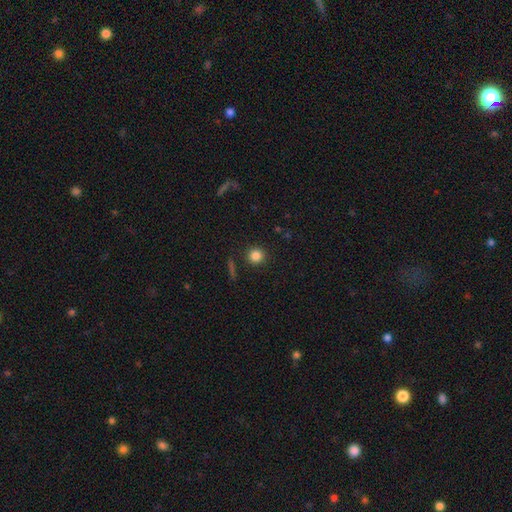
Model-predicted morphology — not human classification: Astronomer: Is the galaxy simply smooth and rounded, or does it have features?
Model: smooth — 83%.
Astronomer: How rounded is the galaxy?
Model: round — 93%.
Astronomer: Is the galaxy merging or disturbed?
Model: none — 90%.